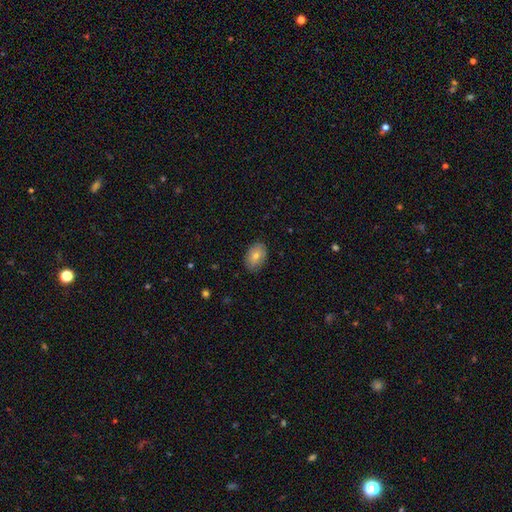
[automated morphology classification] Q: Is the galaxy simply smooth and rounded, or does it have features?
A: smooth — 69%.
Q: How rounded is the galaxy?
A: in between — 86%.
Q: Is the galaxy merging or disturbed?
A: none — 85%.